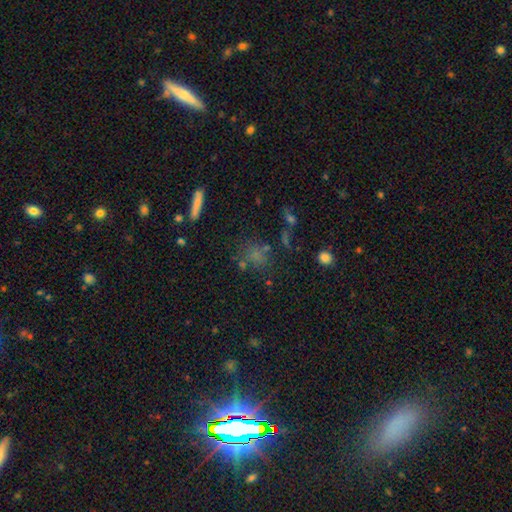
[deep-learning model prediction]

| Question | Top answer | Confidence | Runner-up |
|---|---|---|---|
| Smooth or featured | smooth | 59% | star or artifact (25%) |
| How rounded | round | 57% | in between (37%) |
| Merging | none | 64% | minor disturbance (15%) |